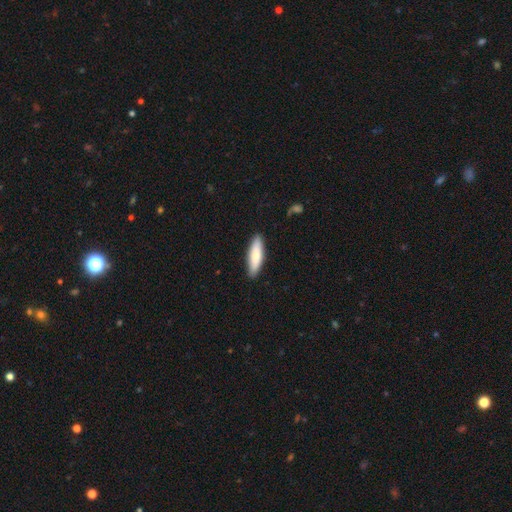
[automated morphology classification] This appears to be a smooth galaxy with no disk features (78%) that is cigar-shaped (58%). Merging: none (89%).